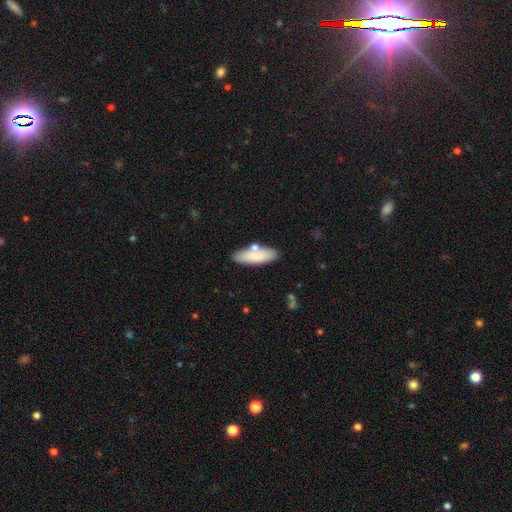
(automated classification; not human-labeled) smooth_or_featured: smooth (p=0.81) [alt: featured or disk p=0.12]
how_rounded: in between (p=0.50) [alt: cigar-shaped p=0.48]
merging: none (p=0.76) [alt: minor disturbance p=0.12]